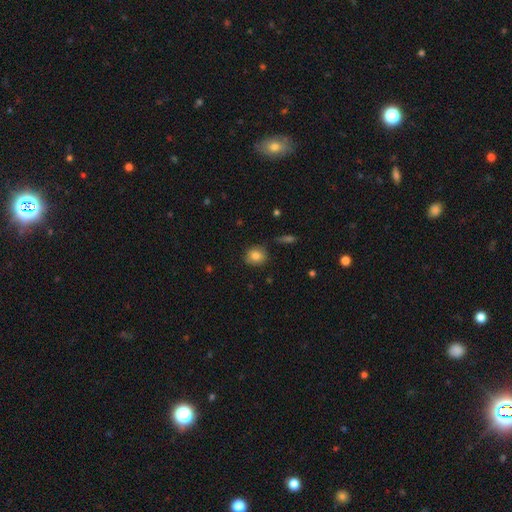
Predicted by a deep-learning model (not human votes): A smooth galaxy with no disk features (82%) that is round (76%).

Vote fractions:
- Smooth or featured? smooth: 82% / star or artifact: 10% / featured or disk: 8%
- How rounded? round: 76% / in between: 23% / cigar-shaped: 1%
- Merging? none: 82% / minor disturbance: 13% / major disturbance: 3% / merger: 2%